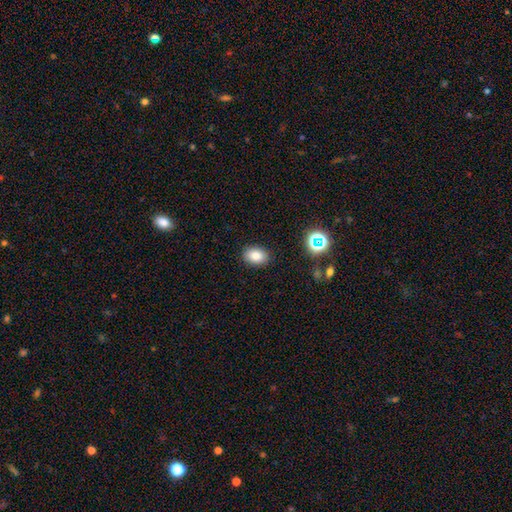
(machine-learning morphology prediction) type=smooth (82%); roundness=in between (76%); merging=none (88%).